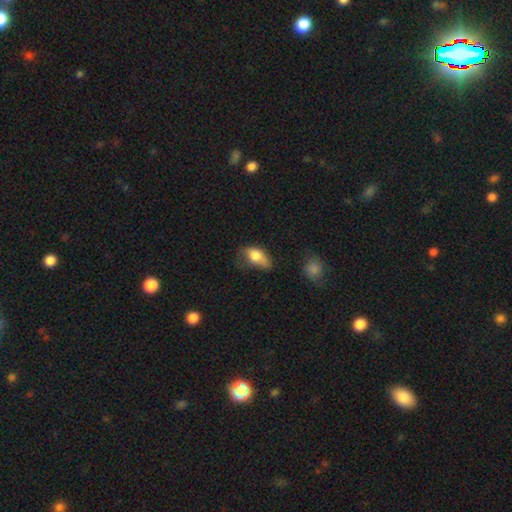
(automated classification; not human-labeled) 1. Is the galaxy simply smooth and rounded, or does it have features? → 74% smooth, 17% featured or disk, 8% star or artifact.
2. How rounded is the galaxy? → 85% in between, 11% round, 4% cigar-shaped.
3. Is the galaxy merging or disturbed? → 40% minor disturbance, 30% none, 25% major disturbance, 5% merger.